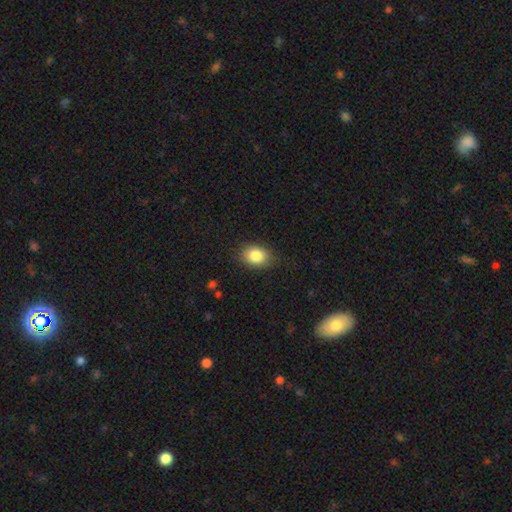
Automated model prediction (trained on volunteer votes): smooth-or-featured: smooth: 85% | star or artifact: 8% | featured or disk: 7%
  how-rounded: in between: 64% | round: 35% | cigar-shaped: 1%
  merging: none: 81% | minor disturbance: 14% | major disturbance: 3% | merger: 1%